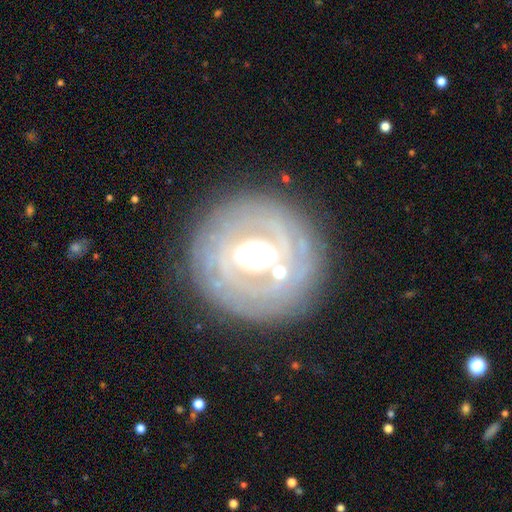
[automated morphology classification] Overall: featured or disk (73%). Edge-on disk: no (95%). Bar: no (53%; weak 26%). Spiral arms: yes (53%; no 47%). Bulge size: moderate (50%; large 36%). Merging: none (79%).